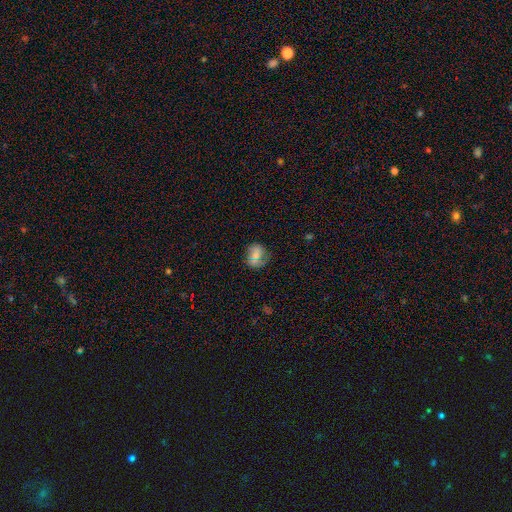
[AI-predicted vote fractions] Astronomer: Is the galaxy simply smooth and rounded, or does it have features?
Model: smooth — 64%.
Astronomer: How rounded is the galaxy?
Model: round — 65%.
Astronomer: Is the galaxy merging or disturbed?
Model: none — 58%.